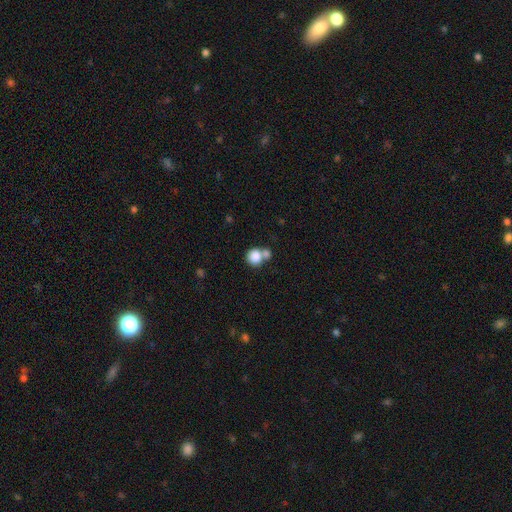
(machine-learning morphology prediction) Smooth or featured? smooth (83%)
How rounded? round (86%)
Merging? merger (48%)